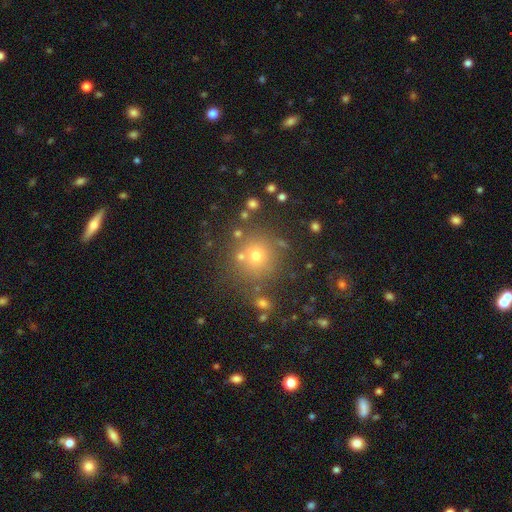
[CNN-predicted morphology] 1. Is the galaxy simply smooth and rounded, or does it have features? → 65% smooth, 23% star or artifact, 12% featured or disk.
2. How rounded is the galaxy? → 92% round, 7% in between, 1% cigar-shaped.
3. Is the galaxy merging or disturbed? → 76% none, 10% minor disturbance, 9% merger, 5% major disturbance.